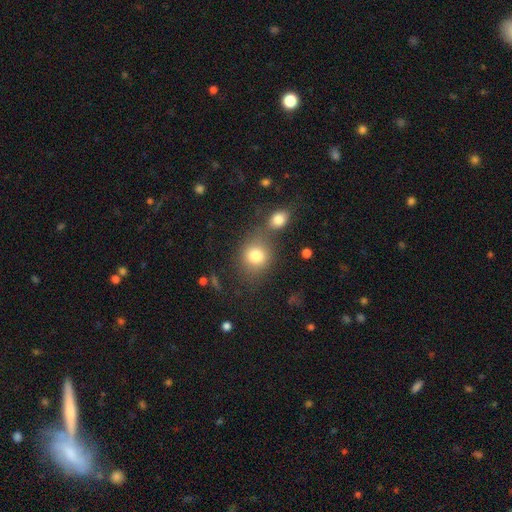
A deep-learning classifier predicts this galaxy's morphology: Smooth or featured?
  - smooth: 79% *
  - star or artifact: 11%
  - featured or disk: 9%
How rounded?
  - round: 72% *
  - in between: 27%
  - cigar-shaped: 1%
Merging?
  - none: 55% *
  - merger: 28%
  - minor disturbance: 11%
  - major disturbance: 5%